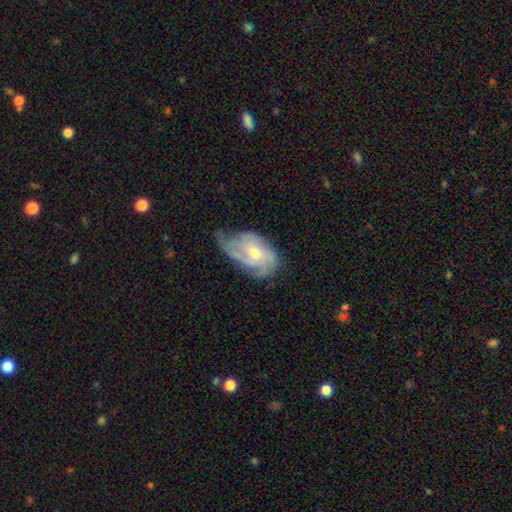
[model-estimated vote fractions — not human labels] Morphology: type=featured or disk (72%); edge-on=no (96%); bar=no (75%); spiral arms=yes (85%); winding=tight (48%); arm count=can't tell (39%); bulge=moderate (57%); merging=none (36%).